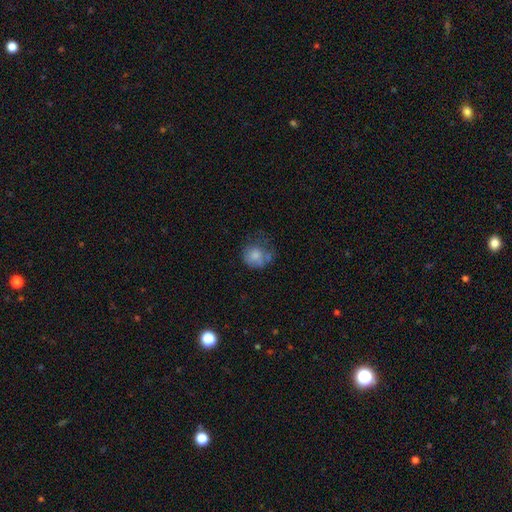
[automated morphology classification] A smooth galaxy with no disk features (70%) that is round (74%). Merging: none (38%).